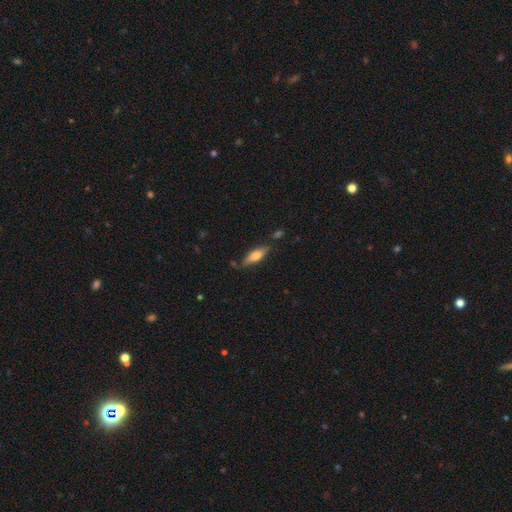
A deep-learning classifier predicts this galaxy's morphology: A smooth galaxy with no disk features (63%) that is in between round and cigar-shaped (49%, tied with cigar-shaped). Merging: none (73%).